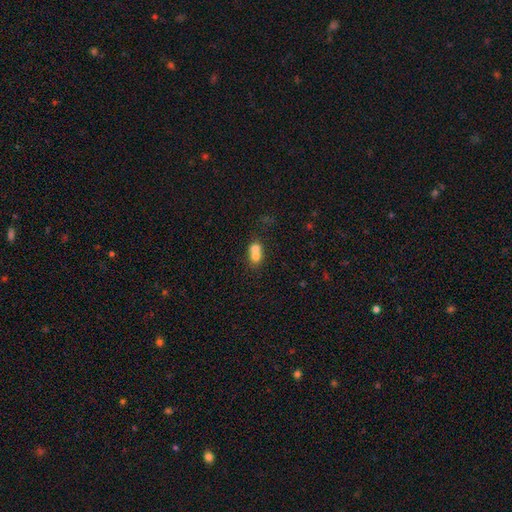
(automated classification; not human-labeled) Smooth or featured: smooth — 69% (featured or disk — 20%)
How rounded: round — 60% (in between — 39%)
Merging: merger — 73% (none — 20%)